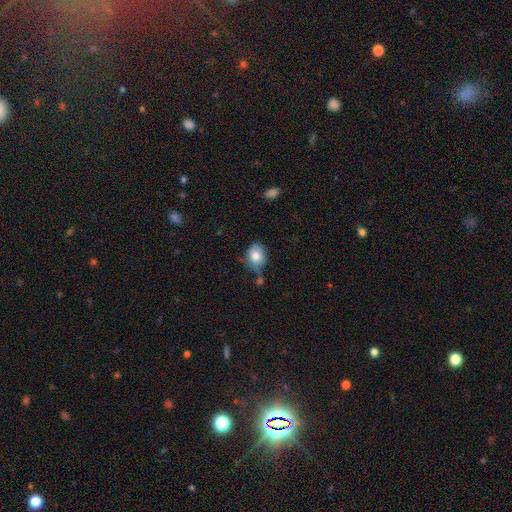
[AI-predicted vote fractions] Smooth or featured? smooth (81%)
How rounded? in between (54%)
Merging? none (59%)